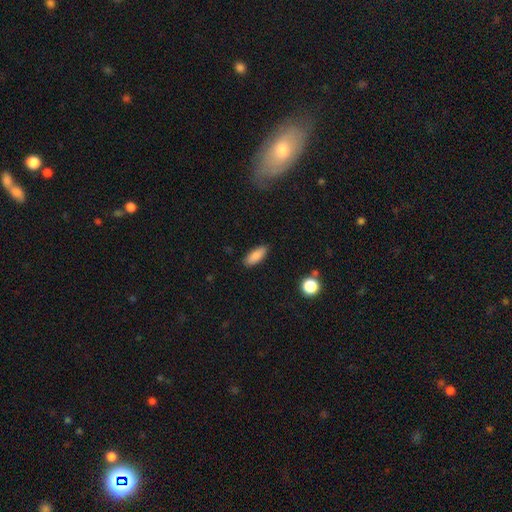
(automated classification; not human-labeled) smooth_or_featured: smooth (p=0.87) [alt: star or artifact p=0.07]
how_rounded: in between (p=0.78) [alt: cigar-shaped p=0.20]
merging: none (p=0.86) [alt: minor disturbance p=0.10]